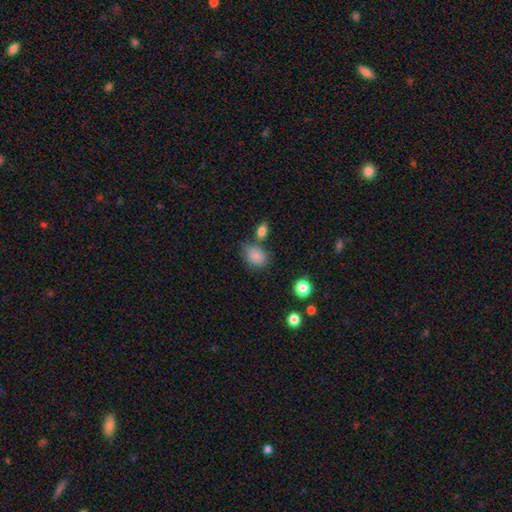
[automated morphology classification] This appears to be a smooth galaxy with no disk features (85%) that is in between round and cigar-shaped (72%). Merging: none (62%).